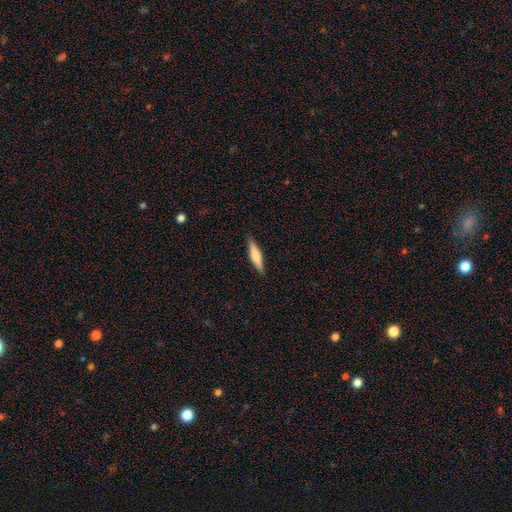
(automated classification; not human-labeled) The model was most divided on "smooth or featured": smooth: 58%, featured or disk: 36%, star or artifact: 6%. More confident: merging — none (89%); how rounded — cigar-shaped (84%).